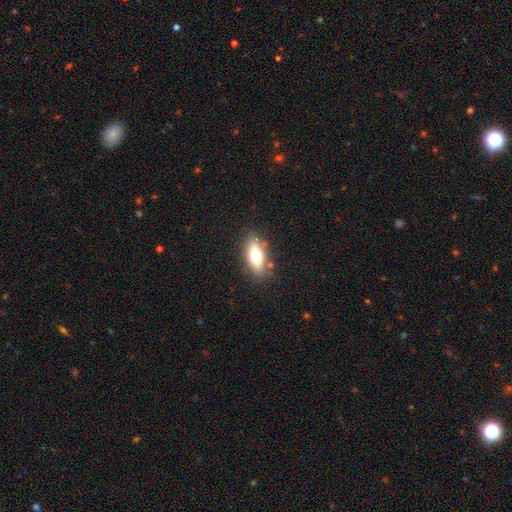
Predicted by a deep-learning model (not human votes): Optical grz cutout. It shows a smooth galaxy with no disk features (67%) that is in between round and cigar-shaped (75%). Merging: none (83%).